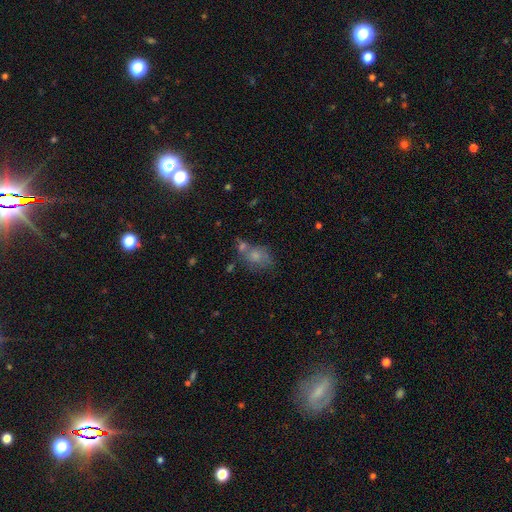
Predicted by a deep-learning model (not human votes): Q: Smooth or featured?
A: smooth (63%); runner-up: featured or disk (23%)
Q: How rounded?
A: in between (67%); runner-up: round (31%)
Q: Merging?
A: none (38%); runner-up: merger (31%)